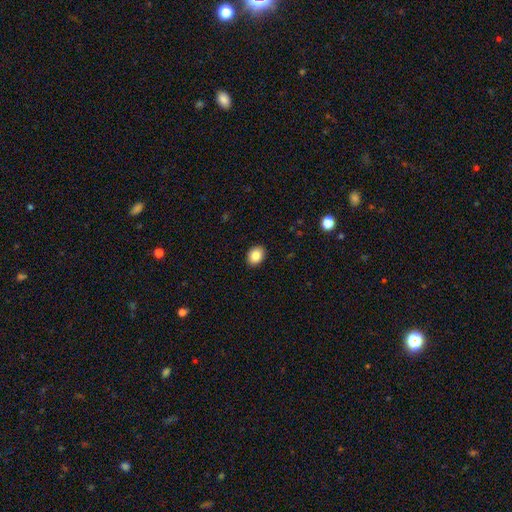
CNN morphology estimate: smooth_or_featured: smooth (p=0.86) [alt: star or artifact p=0.08]
how_rounded: in between (p=0.61) [alt: round p=0.38]
merging: none (p=0.91) [alt: minor disturbance p=0.07]